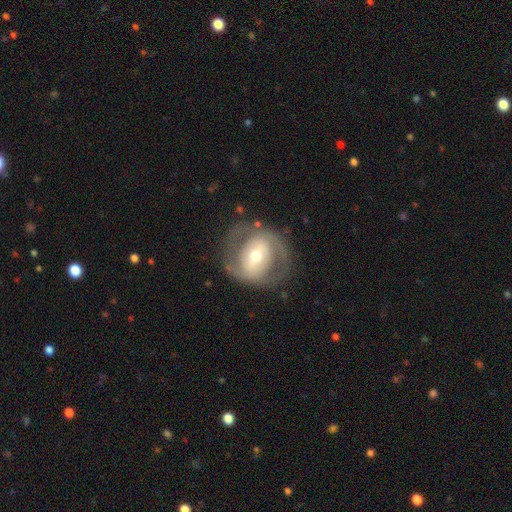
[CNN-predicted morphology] smooth_or_featured: featured or disk (p=0.71) [alt: smooth p=0.23]
disk_edge_on: no (p=0.96) [alt: yes p=0.04]
bar: weak (p=0.35) [alt: strong p=0.33]
has_spiral_arms: yes (p=0.66) [alt: no p=0.34]
bulge_size: moderate (p=0.57) [alt: small p=0.34]
merging: none (p=0.73) [alt: minor disturbance p=0.14]